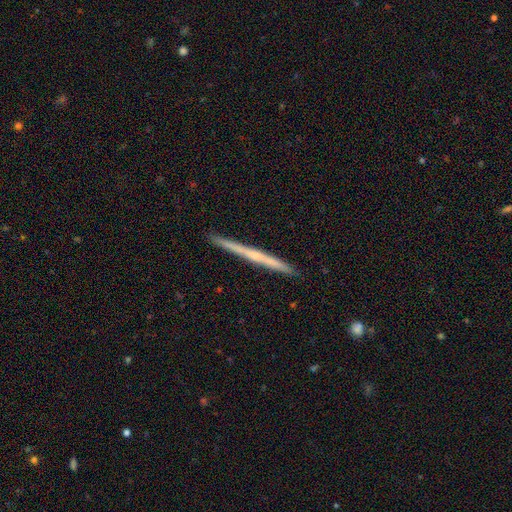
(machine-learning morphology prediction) Overall: featured or disk (61%; smooth 33%). Edge-on disk: yes (98%). Edge-on bulge: none (68%). Merging: none (92%).